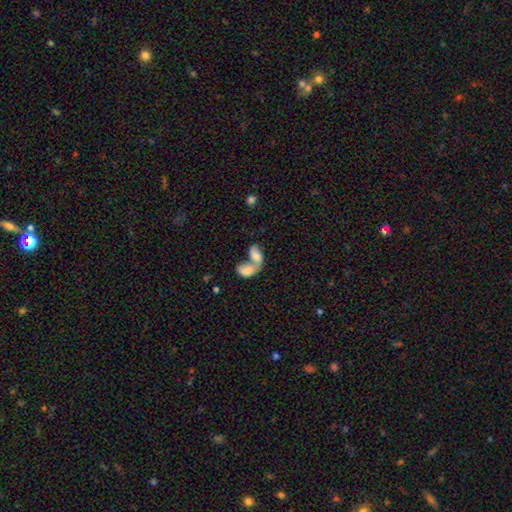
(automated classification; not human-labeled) Morphology: type=smooth (70%); roundness=in between (89%); merging=merger (82%).